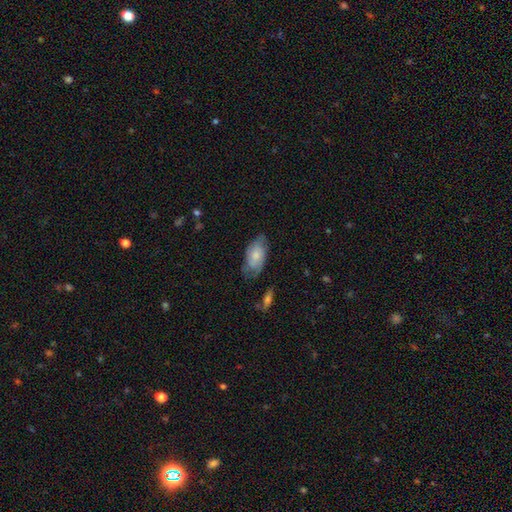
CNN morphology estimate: smooth-or-featured: smooth: 64% | featured or disk: 30% | star or artifact: 6%
  how-rounded: in between: 92% | cigar-shaped: 4% | round: 4%
  merging: none: 58% | minor disturbance: 30% | major disturbance: 9% | merger: 2%